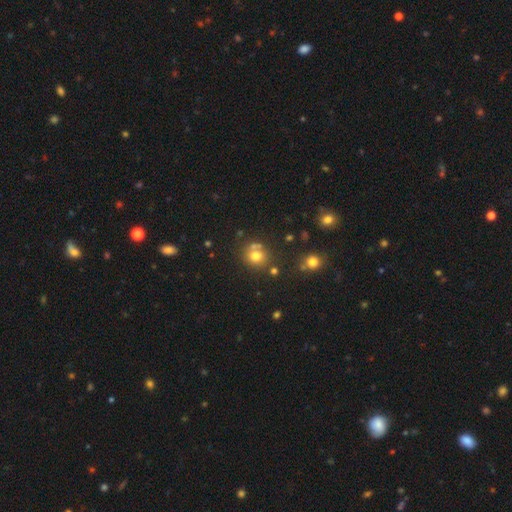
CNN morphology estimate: smooth_or_featured: smooth (p=0.73) [alt: star or artifact p=0.16]
how_rounded: round (p=0.81) [alt: in between p=0.18]
merging: none (p=0.62) [alt: merger p=0.20]